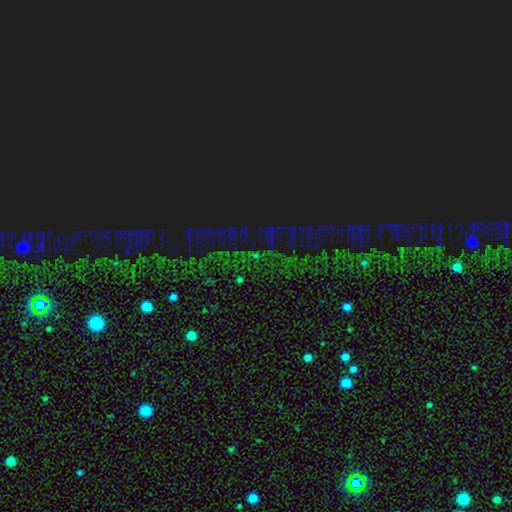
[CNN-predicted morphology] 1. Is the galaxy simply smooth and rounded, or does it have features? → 82% star or artifact, 10% smooth, 8% featured or disk.